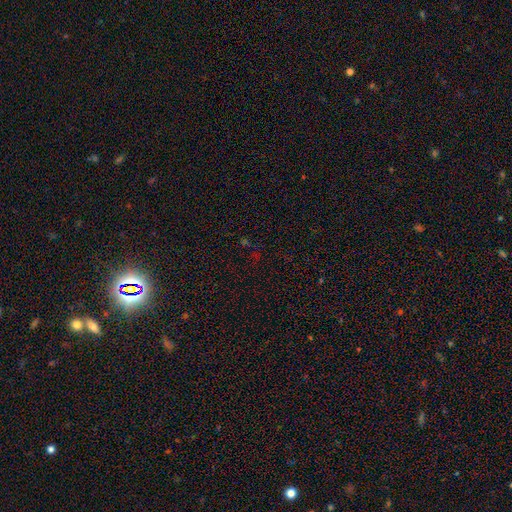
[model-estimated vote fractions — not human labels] This appears to be a star or artifact, not a galaxy (65%).